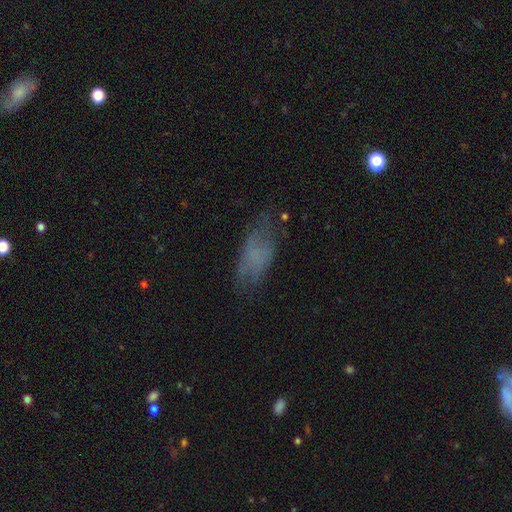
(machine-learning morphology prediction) A smooth galaxy with no disk features (57%) that is in between round and cigar-shaped (83%).

Vote fractions:
- Smooth or featured? smooth: 57% / featured or disk: 29% / star or artifact: 14%
- How rounded? in between: 83% / cigar-shaped: 13% / round: 4%
- Merging? none: 57% / minor disturbance: 25% / major disturbance: 17% / merger: 2%